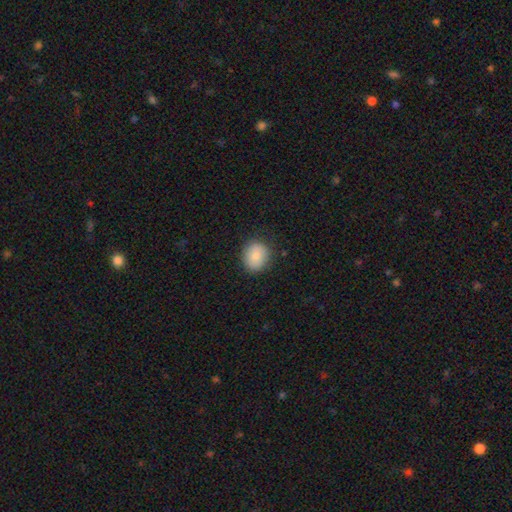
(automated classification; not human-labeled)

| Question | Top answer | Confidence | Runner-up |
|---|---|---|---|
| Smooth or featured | smooth | 82% | featured or disk (11%) |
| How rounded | round | 75% | in between (24%) |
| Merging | none | 86% | minor disturbance (11%) |